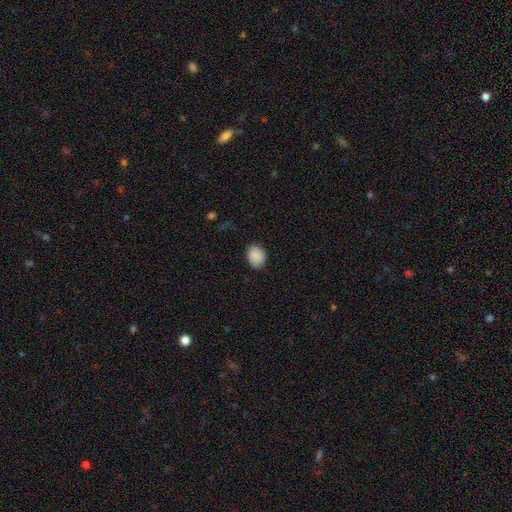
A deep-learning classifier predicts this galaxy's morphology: A smooth galaxy with no disk features (89%) that is in between round and cigar-shaped (57%).

Vote fractions:
- Smooth or featured? smooth: 89% / star or artifact: 7% / featured or disk: 4%
- How rounded? in between: 57% / round: 42% / cigar-shaped: 1%
- Merging? none: 84% / minor disturbance: 13% / major disturbance: 3% / merger: 1%